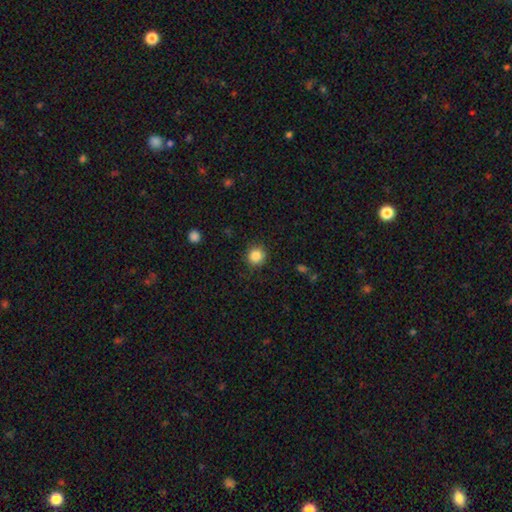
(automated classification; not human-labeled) Overall: smooth (85%). How rounded: round (93%). Merging: none (89%).